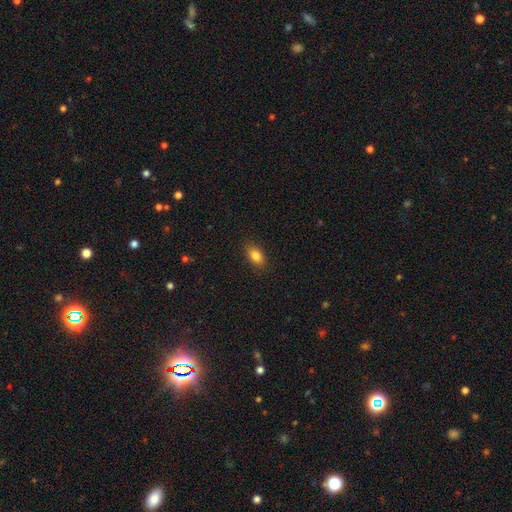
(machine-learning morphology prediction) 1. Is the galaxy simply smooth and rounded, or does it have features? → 83% smooth, 9% star or artifact, 8% featured or disk.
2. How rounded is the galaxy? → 85% in between, 10% round, 4% cigar-shaped.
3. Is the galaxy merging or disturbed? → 87% none, 9% minor disturbance, 2% major disturbance, 1% merger.